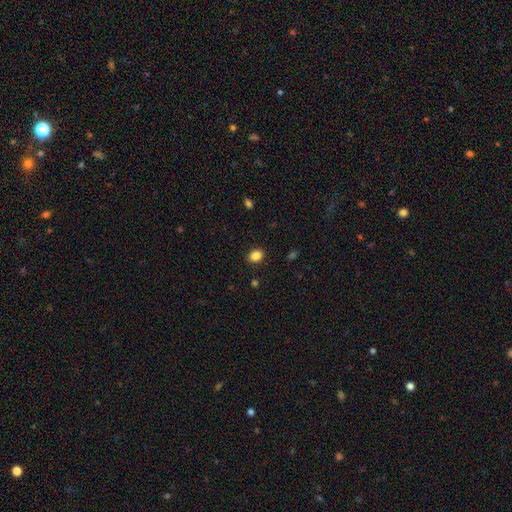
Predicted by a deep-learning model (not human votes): A smooth galaxy with no disk features (86%) that is in between round and cigar-shaped (60%). Merging: none (89%).